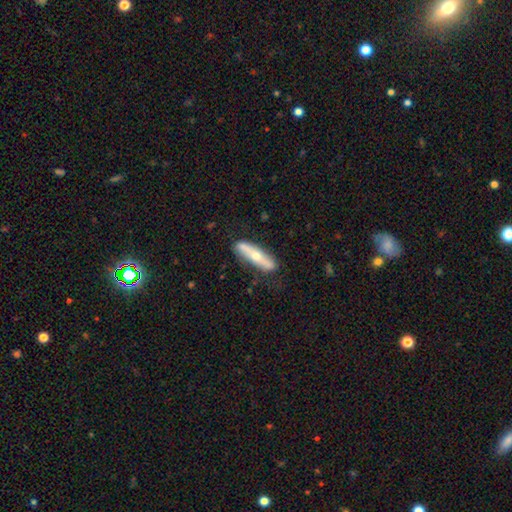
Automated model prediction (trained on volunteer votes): Q: Smooth or featured?
A: featured or disk (54%); runner-up: smooth (41%)
Q: Edge-on disk?
A: yes (71%); runner-up: no (29%)
Q: Merging?
A: none (81%); runner-up: minor disturbance (14%)